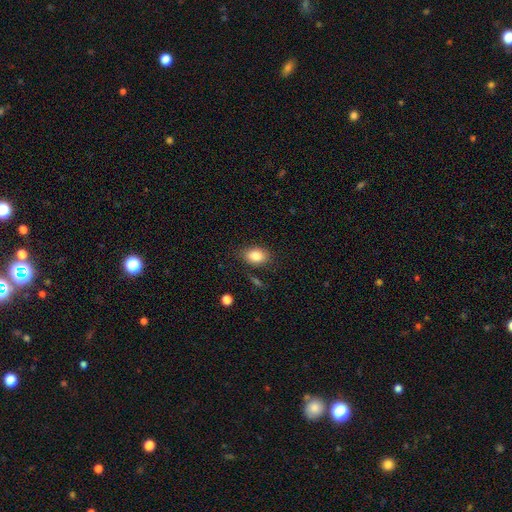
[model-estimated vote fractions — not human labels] Smooth or featured?
  - smooth: 83% *
  - star or artifact: 9%
  - featured or disk: 8%
How rounded?
  - in between: 79% *
  - round: 20%
  - cigar-shaped: 1%
Merging?
  - none: 80% *
  - minor disturbance: 14%
  - major disturbance: 4%
  - merger: 3%